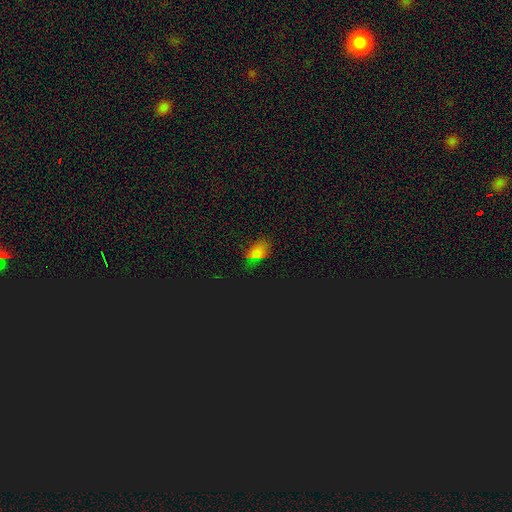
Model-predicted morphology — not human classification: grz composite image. It shows a smooth galaxy with no disk features (57%) that is in between round and cigar-shaped (86%). Merging: none (60%).